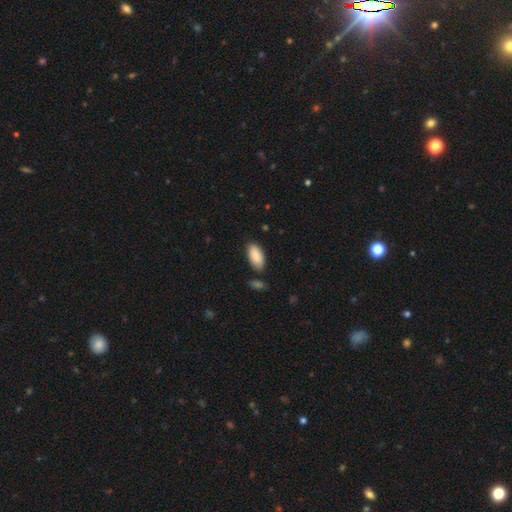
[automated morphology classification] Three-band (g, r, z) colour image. It shows a smooth galaxy with no disk features (87%) that is in between round and cigar-shaped (94%). Merging: none (79%).